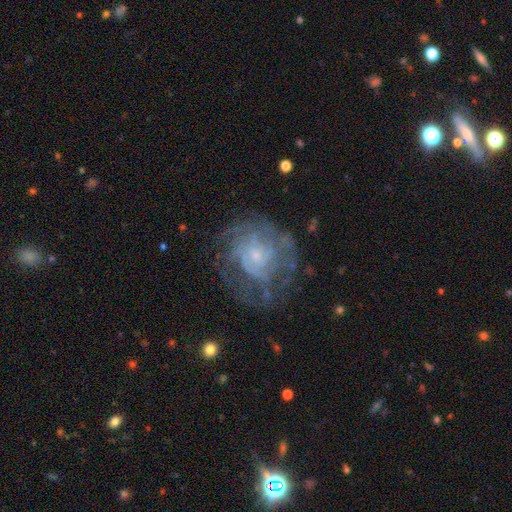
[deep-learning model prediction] A featured or disk galaxy (78%) with no bar (72%), tight (59%) spiral arms (86%) and a small central bulge (68%). Merging: none (65%).